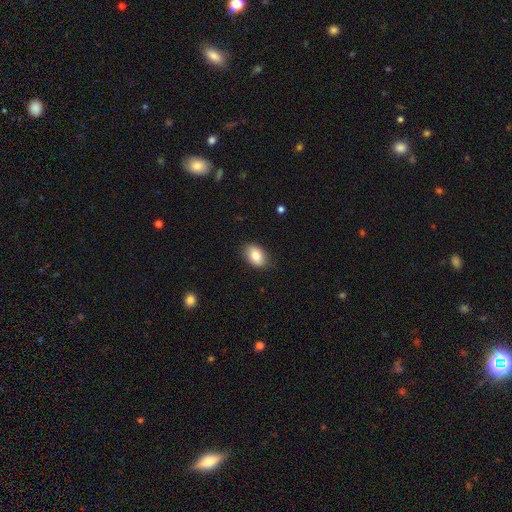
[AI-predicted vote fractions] Q: Smooth or featured?
A: smooth (84%); runner-up: featured or disk (9%)
Q: How rounded?
A: in between (86%); runner-up: round (13%)
Q: Merging?
A: none (84%); runner-up: minor disturbance (13%)